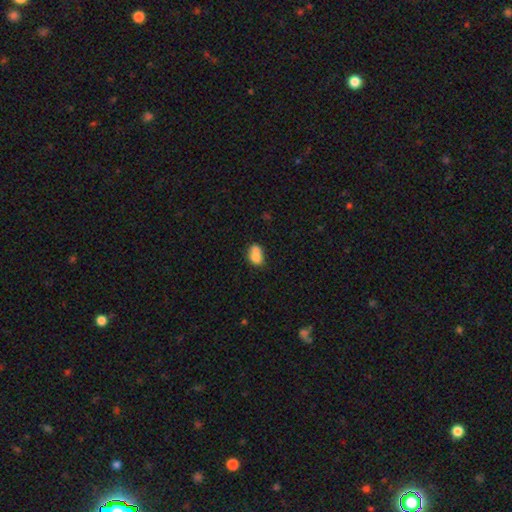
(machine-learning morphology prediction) A smooth galaxy with no disk features (72%) that is in between round and cigar-shaped (67%).

Vote fractions:
- Smooth or featured? smooth: 72% / featured or disk: 18% / star or artifact: 10%
- How rounded? in between: 67% / round: 31% / cigar-shaped: 2%
- Merging? merger: 53% / none: 27% / minor disturbance: 13% / major disturbance: 6%